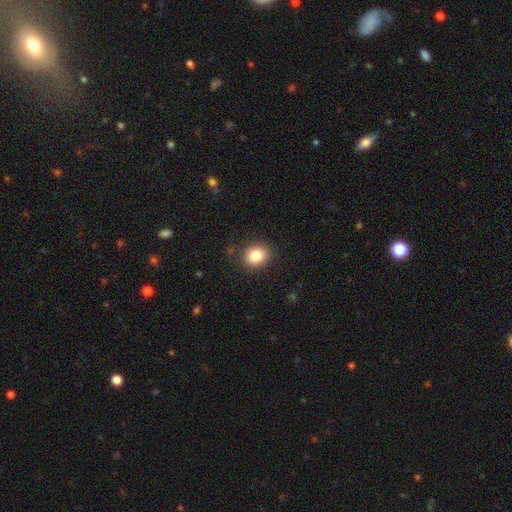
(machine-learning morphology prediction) Q: Smooth or featured?
A: smooth (83%); runner-up: star or artifact (10%)
Q: How rounded?
A: round (72%); runner-up: in between (27%)
Q: Merging?
A: none (87%); runner-up: minor disturbance (9%)